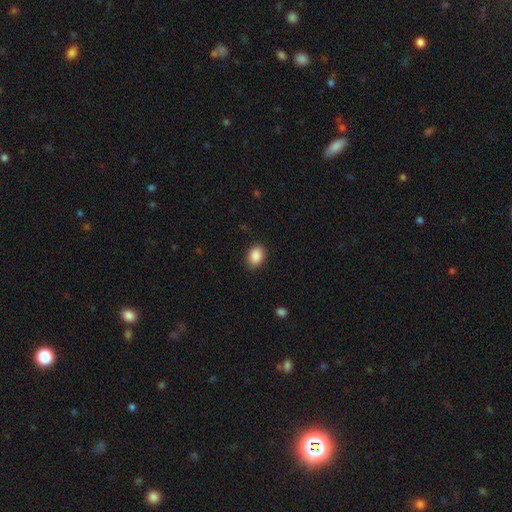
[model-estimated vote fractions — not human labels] smooth 89%, star or artifact 8%, featured or disk 3%. Down the decision tree: how rounded — in between (75%); merging — none (86%).